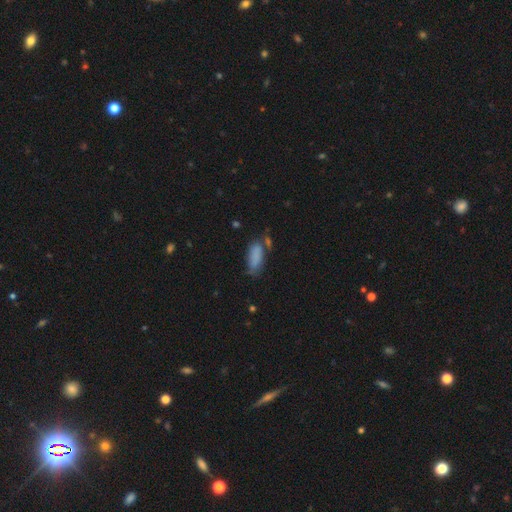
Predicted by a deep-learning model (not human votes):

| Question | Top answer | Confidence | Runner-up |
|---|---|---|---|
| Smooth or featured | smooth | 82% | featured or disk (10%) |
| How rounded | in between | 78% | cigar-shaped (20%) |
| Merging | none | 52% | minor disturbance (27%) |